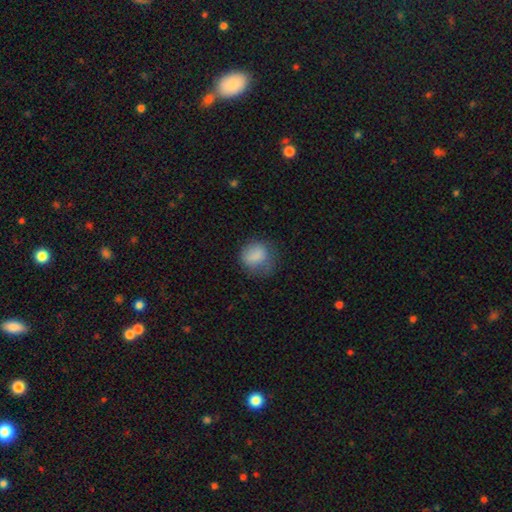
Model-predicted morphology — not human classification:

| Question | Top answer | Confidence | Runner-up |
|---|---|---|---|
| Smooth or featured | smooth | 81% | featured or disk (10%) |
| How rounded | round | 68% | in between (30%) |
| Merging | none | 55% | minor disturbance (27%) |